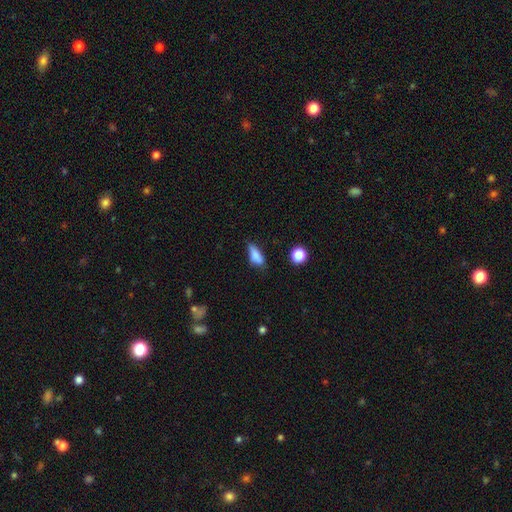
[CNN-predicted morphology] This is likely a smooth galaxy (79%). How rounded: likely in between (66%). Merging: possibly none (58%).